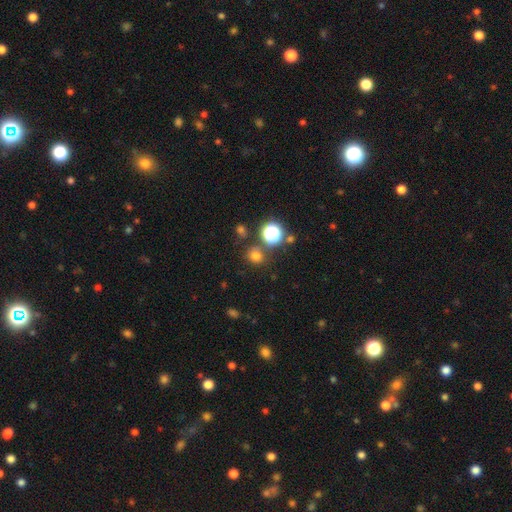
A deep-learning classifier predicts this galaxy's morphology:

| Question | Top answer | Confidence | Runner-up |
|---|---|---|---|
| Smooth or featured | smooth | 70% | star or artifact (24%) |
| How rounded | round | 84% | in between (15%) |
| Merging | none | 78% | minor disturbance (10%) |